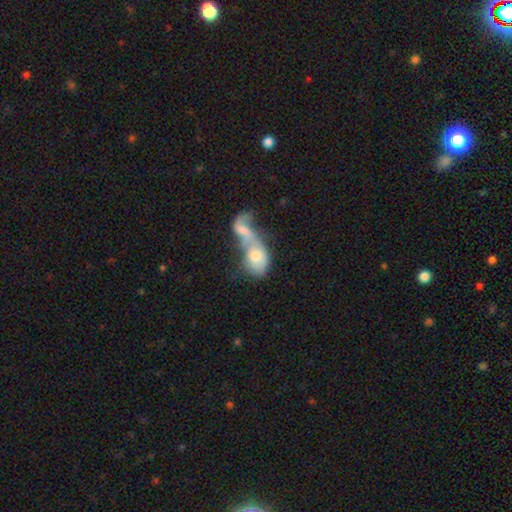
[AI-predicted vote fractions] Smooth or featured? smooth (55%)
How rounded? in between (77%)
Merging? merger (80%)